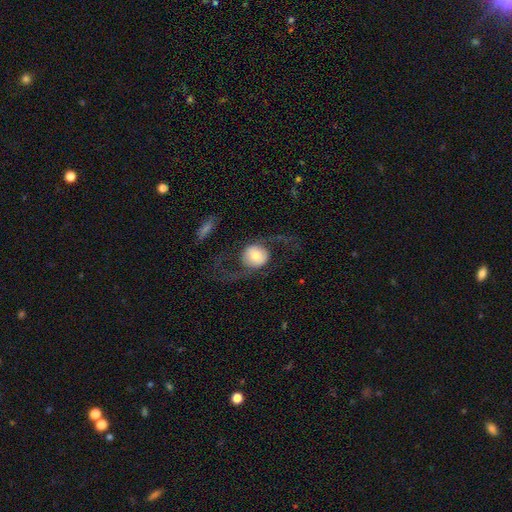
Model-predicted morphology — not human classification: Smooth or featured? Predicted: featured or disk (p=0.49). Merging? Predicted: none (p=0.54).